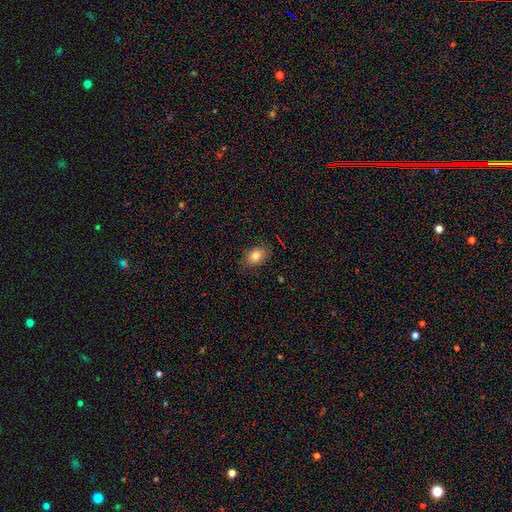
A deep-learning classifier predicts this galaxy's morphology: This appears to be a smooth galaxy with no disk features (83%) that is in between round and cigar-shaped (73%). Merging: none (84%).